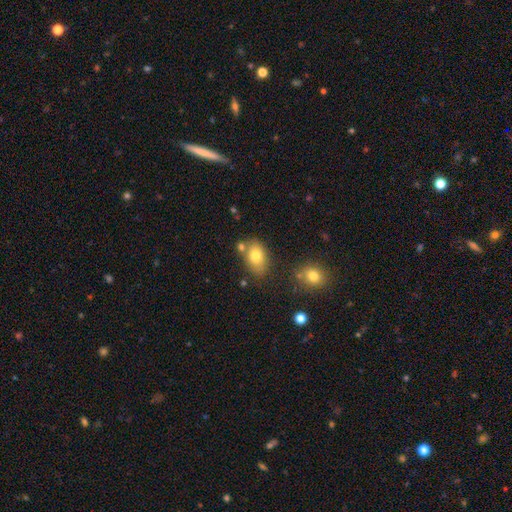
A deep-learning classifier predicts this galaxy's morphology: This is likely a smooth galaxy (77%). How rounded: clearly in between (81%). Merging: likely none (67%).